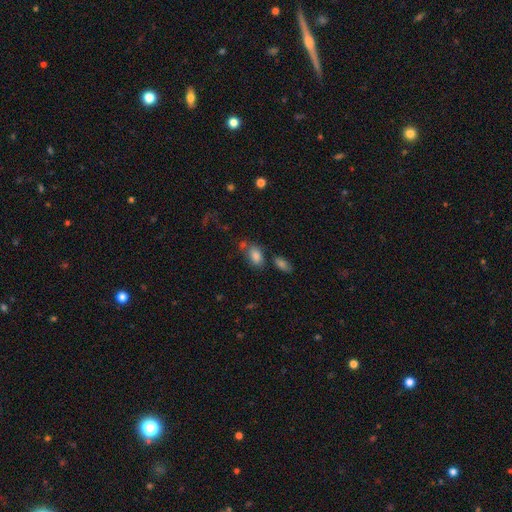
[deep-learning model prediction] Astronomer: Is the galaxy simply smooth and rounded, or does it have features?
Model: smooth — 82%.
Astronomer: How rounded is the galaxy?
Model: in between — 89%.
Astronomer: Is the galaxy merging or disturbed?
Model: none — 57%.